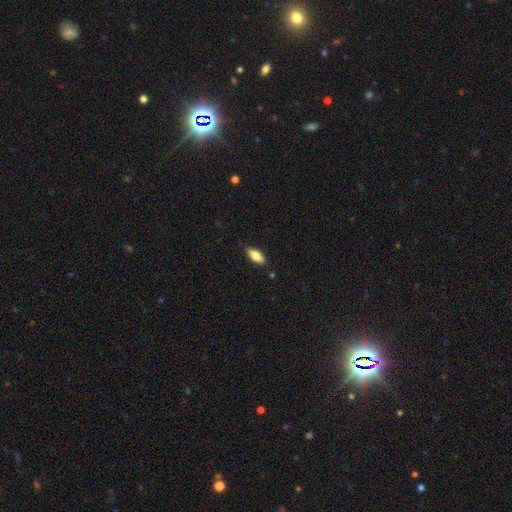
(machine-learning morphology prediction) smooth_or_featured: smooth (p=0.79) [alt: featured or disk p=0.14]
how_rounded: in between (p=0.75) [alt: cigar-shaped p=0.23]
merging: none (p=0.86) [alt: minor disturbance p=0.11]